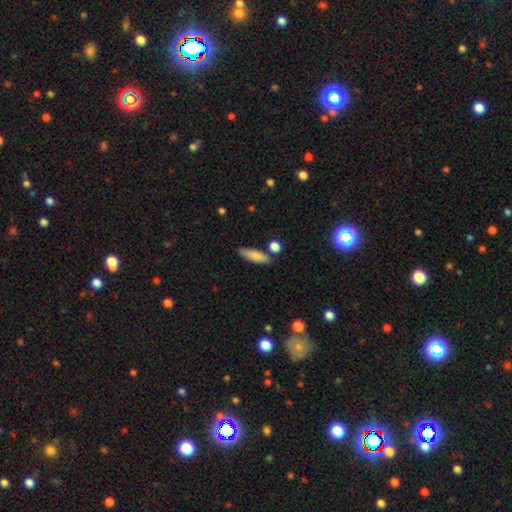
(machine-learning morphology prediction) Smooth or featured? Predicted: smooth (p=0.82). How rounded? Predicted: cigar-shaped (p=0.51). Merging? Predicted: none (p=0.77).